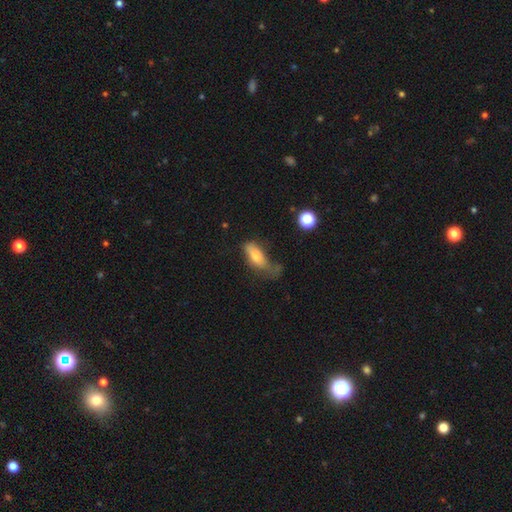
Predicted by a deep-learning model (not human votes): Overall: smooth (70%). How rounded: in between (75%). Merging: major disturbance (32%, tied with minor disturbance).